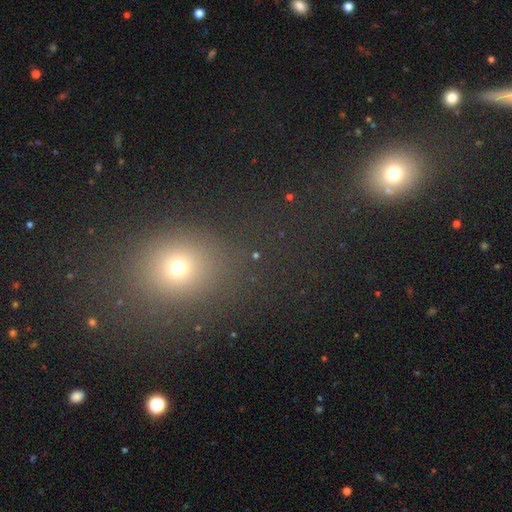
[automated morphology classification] Q: Smooth or featured?
A: smooth (52%); runner-up: star or artifact (39%)
Q: How rounded?
A: round (80%); runner-up: in between (17%)
Q: Merging?
A: none (84%); runner-up: minor disturbance (7%)